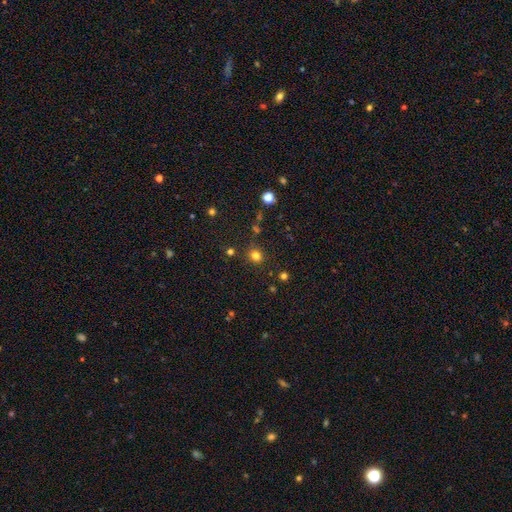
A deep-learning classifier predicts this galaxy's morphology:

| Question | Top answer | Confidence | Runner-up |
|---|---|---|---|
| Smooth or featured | smooth | 79% | star or artifact (16%) |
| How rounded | round | 87% | in between (12%) |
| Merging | none | 84% | minor disturbance (9%) |